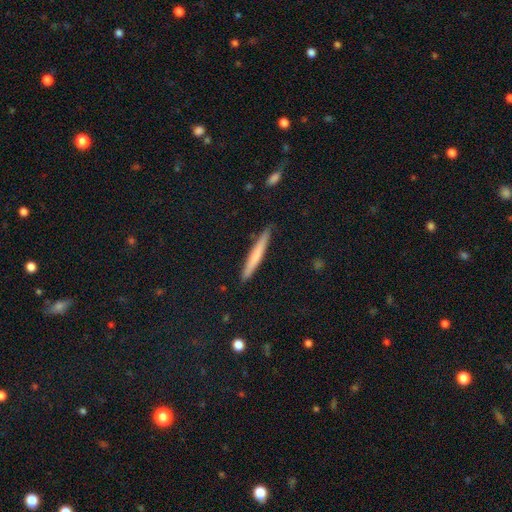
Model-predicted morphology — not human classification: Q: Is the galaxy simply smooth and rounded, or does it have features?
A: smooth — 64%.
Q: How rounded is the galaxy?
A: cigar-shaped — 96%.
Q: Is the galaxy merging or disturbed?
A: none — 87%.